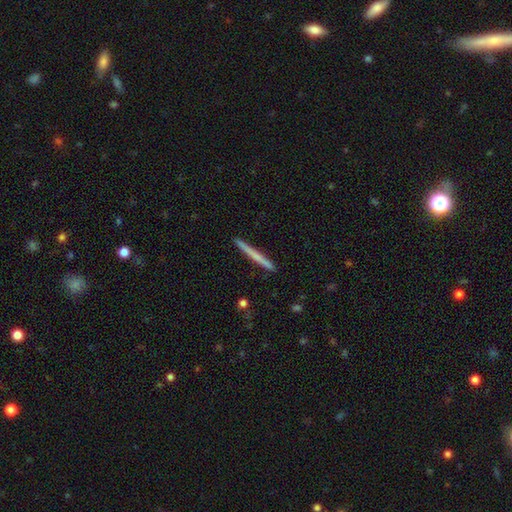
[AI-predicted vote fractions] Morphology: type=smooth (54%); roundness=cigar-shaped (97%); merging=none (92%).